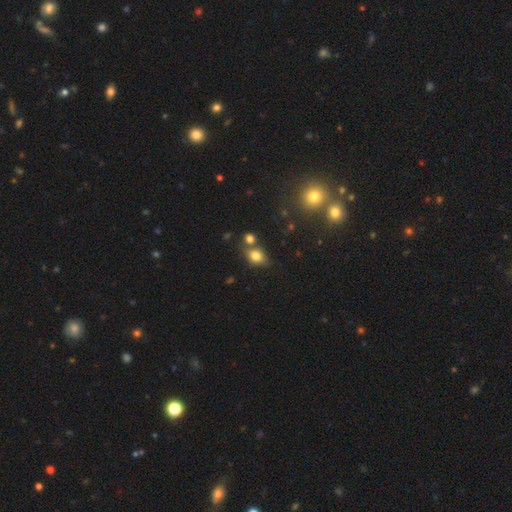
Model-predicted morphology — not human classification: Smooth or featured?
  - smooth: 77% *
  - star or artifact: 13%
  - featured or disk: 10%
How rounded?
  - in between: 61% *
  - round: 36%
  - cigar-shaped: 2%
Merging?
  - none: 61% *
  - merger: 19%
  - minor disturbance: 15%
  - major disturbance: 5%